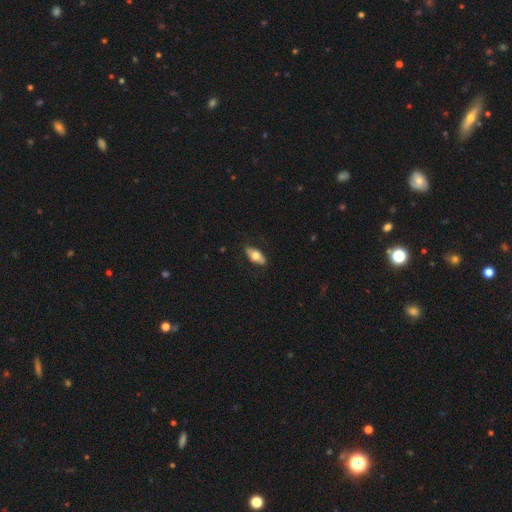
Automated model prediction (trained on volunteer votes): Morphology: type=smooth (65%); roundness=in between (86%); merging=none (82%).